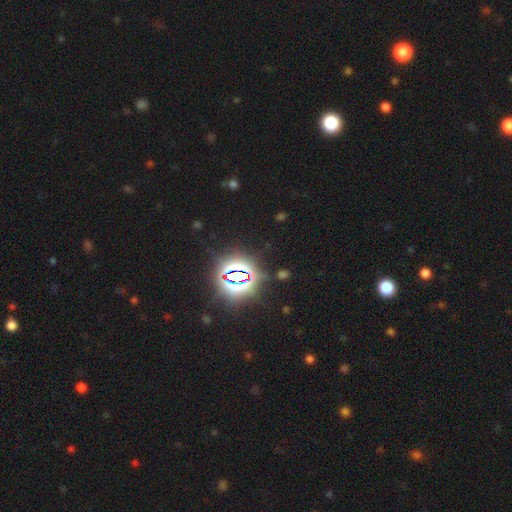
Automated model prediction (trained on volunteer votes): Morphology: type=star or artifact (82%).